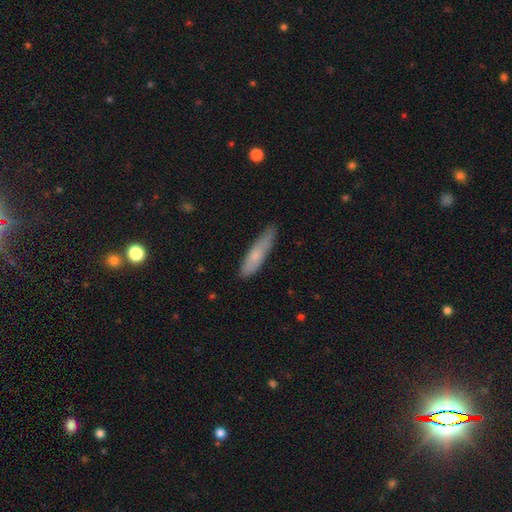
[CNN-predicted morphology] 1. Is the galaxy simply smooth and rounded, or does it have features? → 71% smooth, 23% featured or disk, 6% star or artifact.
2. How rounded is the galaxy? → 82% cigar-shaped, 16% in between, 1% round.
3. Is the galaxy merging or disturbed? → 73% none, 22% minor disturbance, 3% major disturbance, 2% merger.